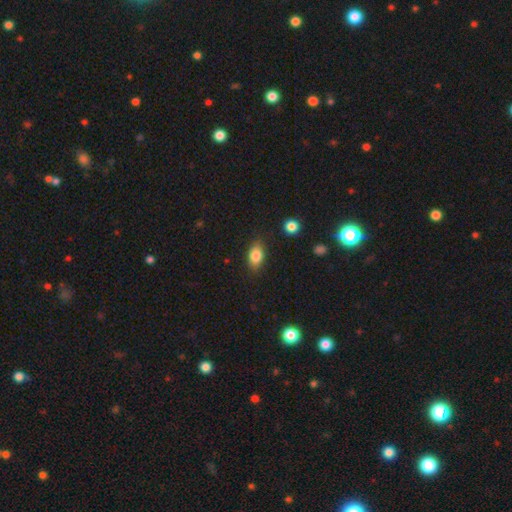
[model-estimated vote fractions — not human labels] Smooth or featured? smooth (83%)
How rounded? in between (85%)
Merging? none (84%)